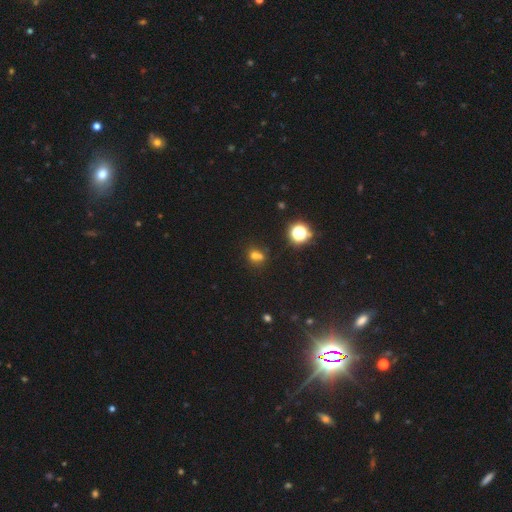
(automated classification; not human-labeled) Smooth or featured? Predicted: smooth (p=0.62). How rounded? Predicted: round (p=0.72). Merging? Predicted: merger (p=0.43, tied with none).